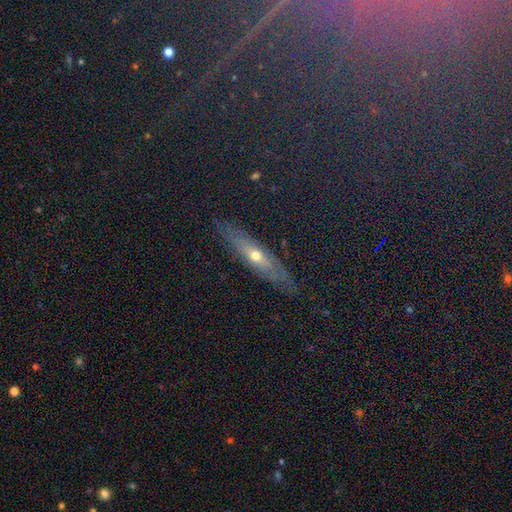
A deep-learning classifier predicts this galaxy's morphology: This is possibly a featured or disk galaxy (55%). It is likely viewed edge-on (63%). Merging: clearly none (81%).